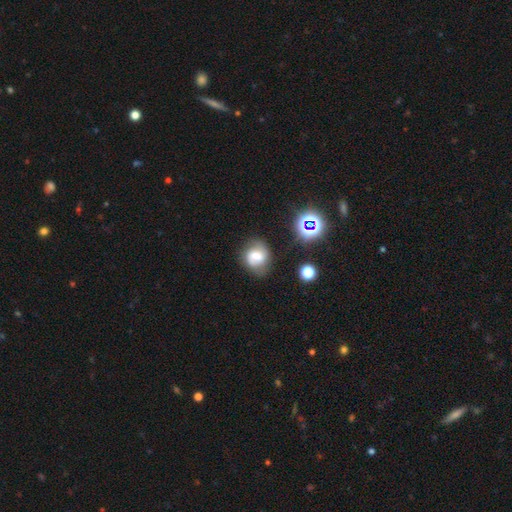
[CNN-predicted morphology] type=smooth (48%); merging=none (66%).